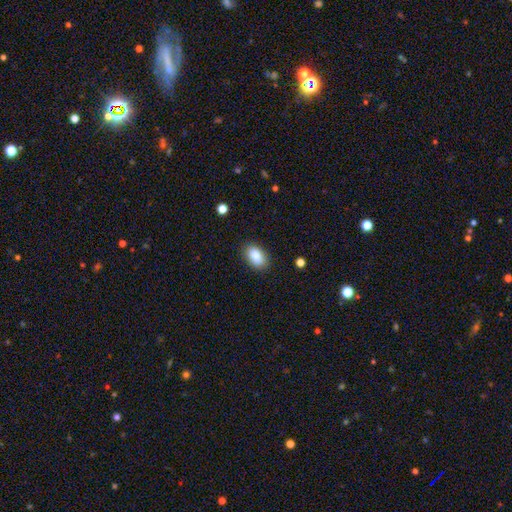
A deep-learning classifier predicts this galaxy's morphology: Smooth or featured? smooth (85%)
How rounded? in between (89%)
Merging? none (87%)